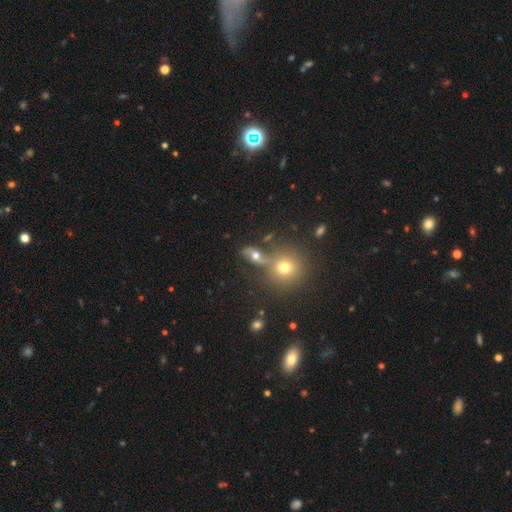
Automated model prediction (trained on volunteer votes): Overall: smooth (47%; featured or disk 34%). Merging: none (50%; merger 24%).